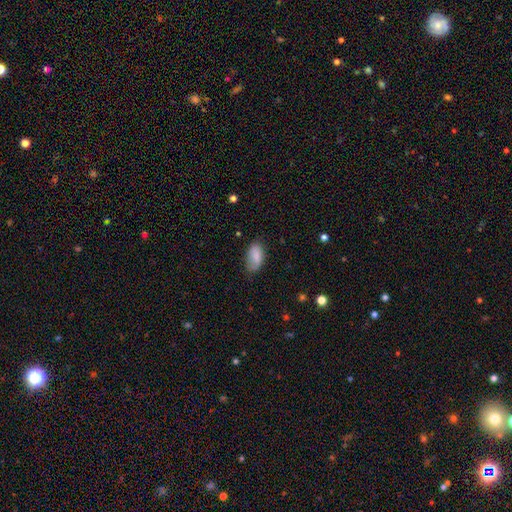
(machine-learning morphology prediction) smooth-or-featured: smooth: 80% | featured or disk: 13% | star or artifact: 7%
  how-rounded: in between: 93% | round: 4% | cigar-shaped: 3%
  merging: none: 70% | minor disturbance: 23% | major disturbance: 5% | merger: 1%